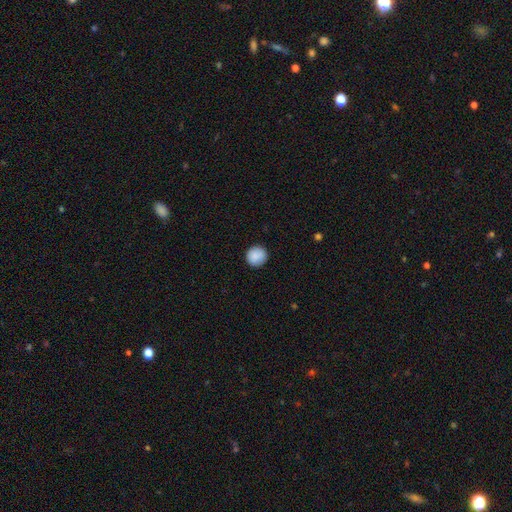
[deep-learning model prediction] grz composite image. It shows a smooth galaxy with no disk features (89%) that is round (93%). Merging: none (90%).